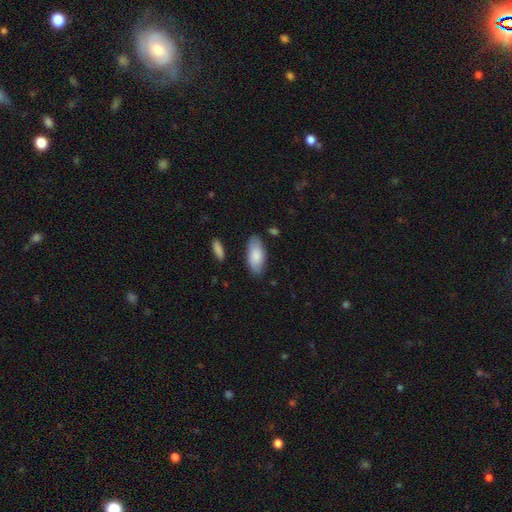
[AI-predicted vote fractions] This appears to be a smooth galaxy with no disk features (84%) that is in between round and cigar-shaped (87%). Merging: none (80%).